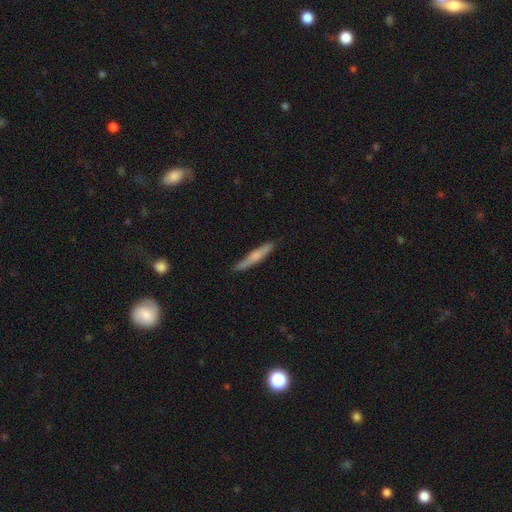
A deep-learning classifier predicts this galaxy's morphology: Overall: smooth (54%; featured or disk 40%). How rounded: cigar-shaped (93%). Merging: none (83%).